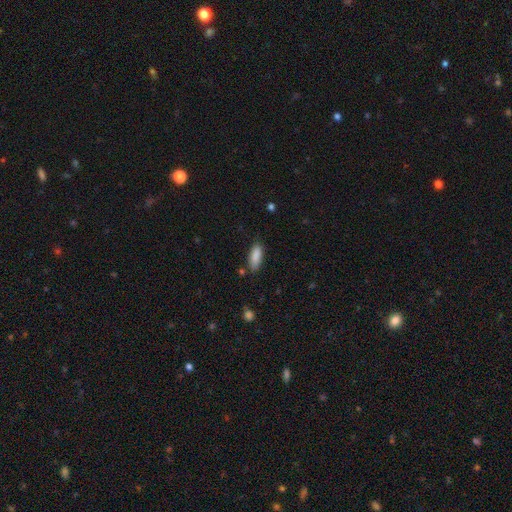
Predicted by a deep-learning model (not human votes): A smooth galaxy with no disk features (88%) that is in between round and cigar-shaped (67%). Merging: none (79%).